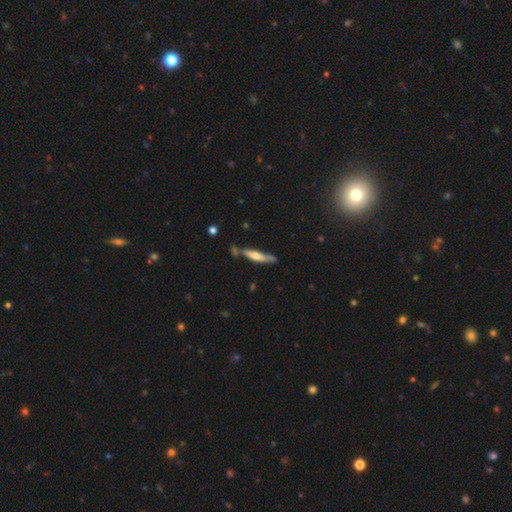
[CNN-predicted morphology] type=smooth (48%); merging=none (63%).